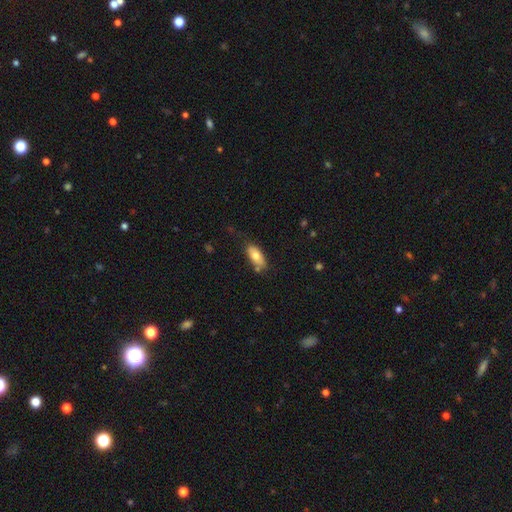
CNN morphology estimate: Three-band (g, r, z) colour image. It shows a smooth galaxy with no disk features (74%) that is in between round and cigar-shaped (87%). Merging: none (66%).